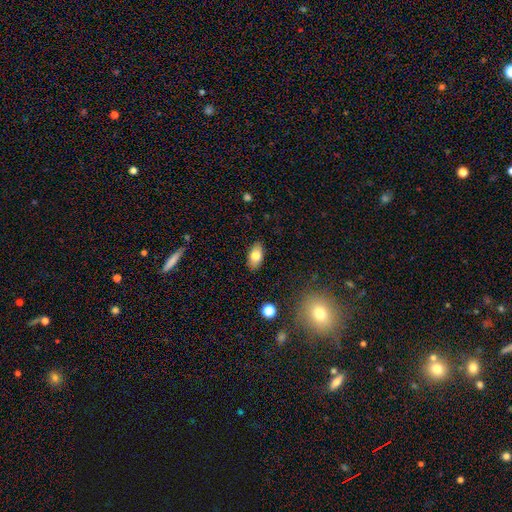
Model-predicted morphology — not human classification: Q: Smooth or featured?
A: smooth (79%); runner-up: featured or disk (13%)
Q: How rounded?
A: in between (91%); runner-up: round (6%)
Q: Merging?
A: none (87%); runner-up: minor disturbance (10%)